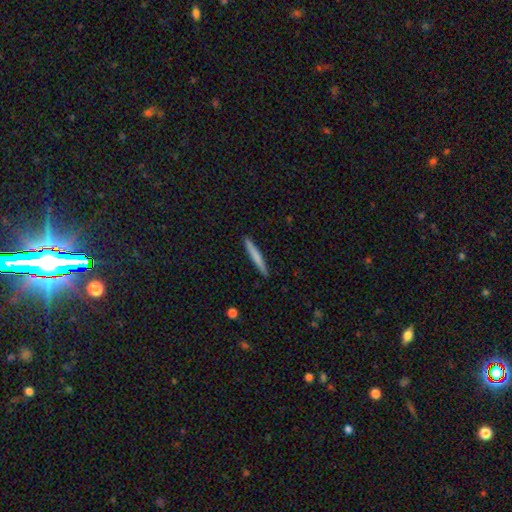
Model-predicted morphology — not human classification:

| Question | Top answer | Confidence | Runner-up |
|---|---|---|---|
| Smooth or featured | smooth | 72% | featured or disk (22%) |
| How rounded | cigar-shaped | 96% | in between (3%) |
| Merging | none | 91% | minor disturbance (6%) |